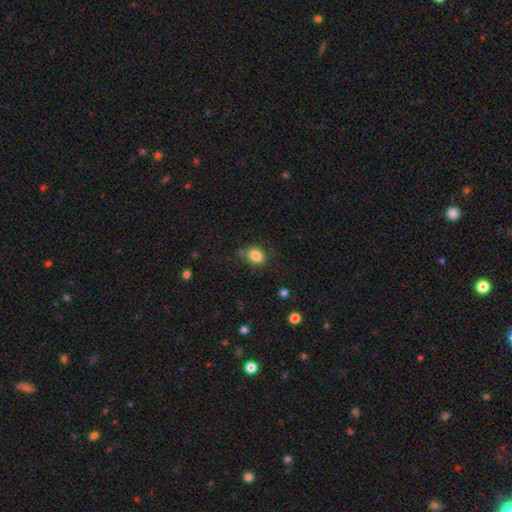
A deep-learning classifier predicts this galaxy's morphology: A smooth galaxy with no disk features (84%) that is in between round and cigar-shaped (68%).

Vote fractions:
- Smooth or featured? smooth: 84% / star or artifact: 9% / featured or disk: 7%
- How rounded? in between: 68% / round: 30% / cigar-shaped: 1%
- Merging? none: 68% / minor disturbance: 22% / major disturbance: 6% / merger: 4%